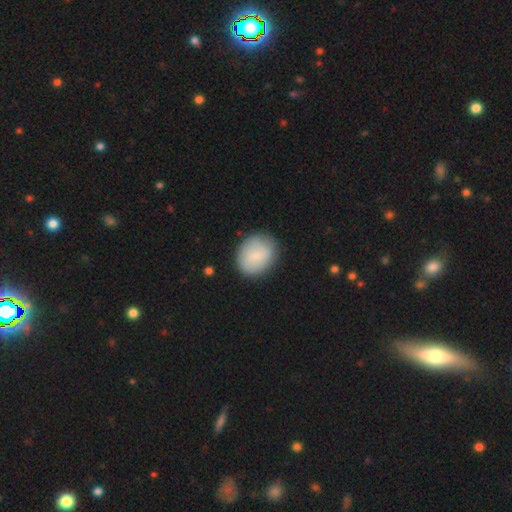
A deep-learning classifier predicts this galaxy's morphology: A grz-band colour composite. It shows a smooth galaxy with no disk features (81%) that is round (56%). Merging: none (80%).